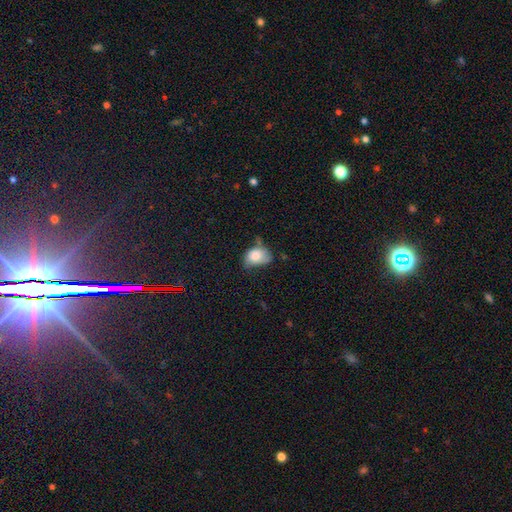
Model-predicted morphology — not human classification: A smooth galaxy with no disk features (78%) that is in between round and cigar-shaped (72%). Merging: minor disturbance (43%).